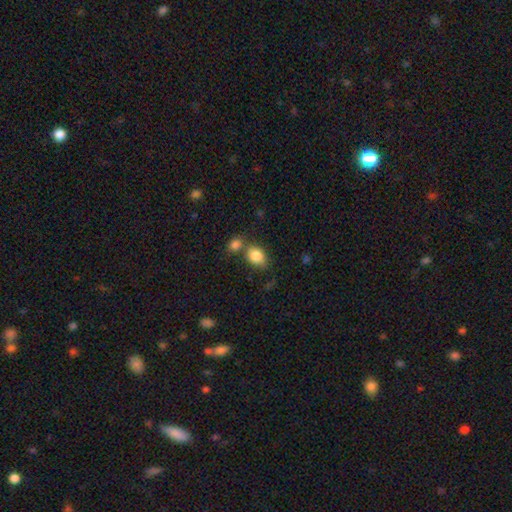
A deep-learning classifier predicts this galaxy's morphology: Smooth or featured?
  - smooth: 85% *
  - star or artifact: 8%
  - featured or disk: 7%
How rounded?
  - in between: 70% *
  - round: 29%
  - cigar-shaped: 1%
Merging?
  - none: 50% *
  - merger: 32%
  - minor disturbance: 14%
  - major disturbance: 5%